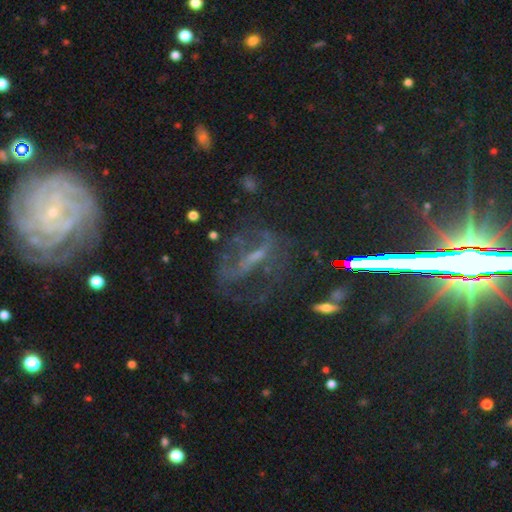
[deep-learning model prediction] smooth-or-featured: featured or disk: 54% | star or artifact: 29% | smooth: 17%
  disk-edge-on: no: 86% | yes: 14%
  merging: none: 46% | major disturbance: 32% | minor disturbance: 18% | merger: 4%